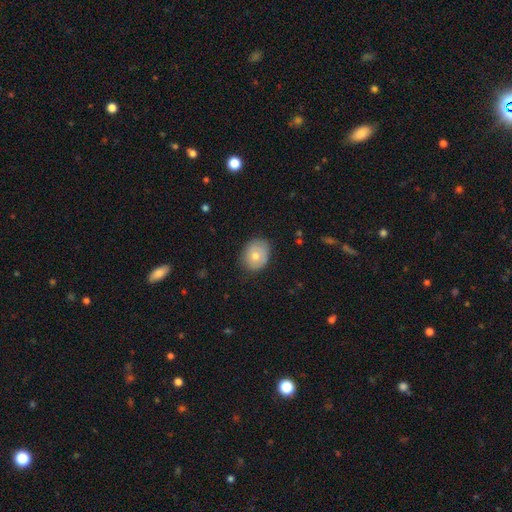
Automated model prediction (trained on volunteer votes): A smooth galaxy with no disk features (67%) that is round (52%). Merging: none (79%).